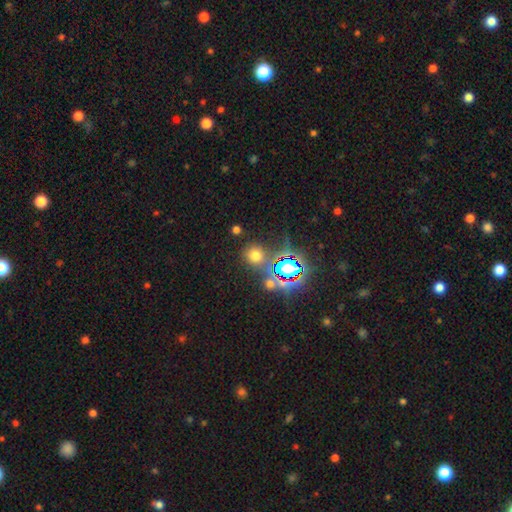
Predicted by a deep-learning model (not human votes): Smooth or featured: smooth — 60% (star or artifact — 32%)
How rounded: round — 86% (in between — 13%)
Merging: none — 77% (minor disturbance — 9%)